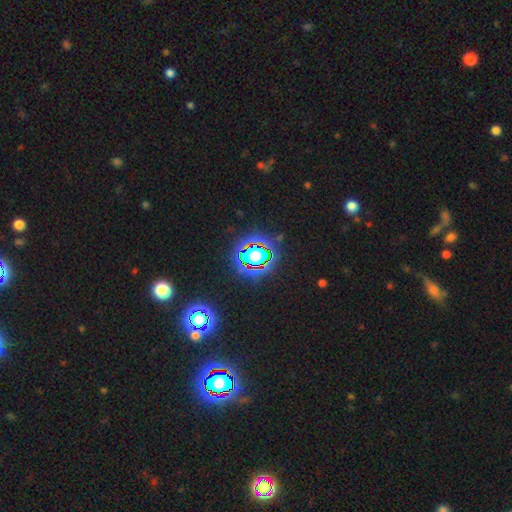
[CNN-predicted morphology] The model was most divided on "smooth or featured": star or artifact: 64%, smooth: 23%, featured or disk: 13%.